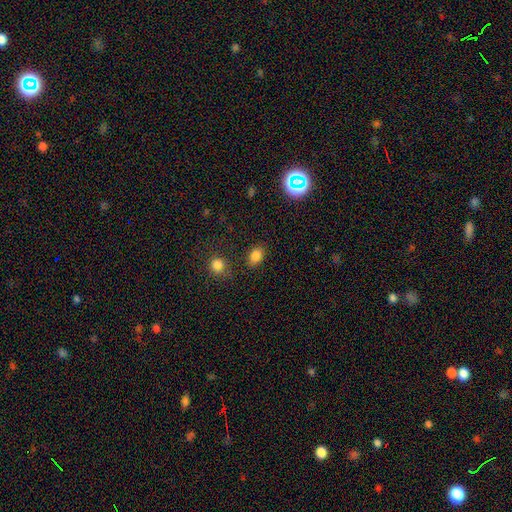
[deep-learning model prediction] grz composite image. It shows a smooth galaxy with no disk features (82%) that is in between round and cigar-shaped (78%). Merging: none (83%).